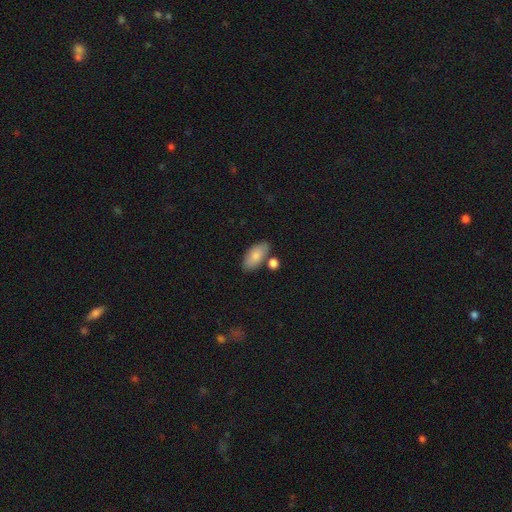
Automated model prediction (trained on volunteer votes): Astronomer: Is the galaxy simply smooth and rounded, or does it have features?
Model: smooth — 82%.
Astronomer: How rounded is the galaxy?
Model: in between — 92%.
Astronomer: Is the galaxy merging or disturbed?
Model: none — 72%.